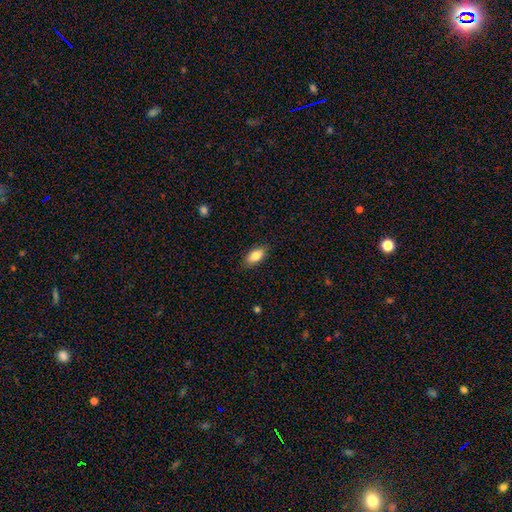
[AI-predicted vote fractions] This is clearly a smooth galaxy (82%). How rounded: clearly in between (88%). Merging: clearly none (86%).